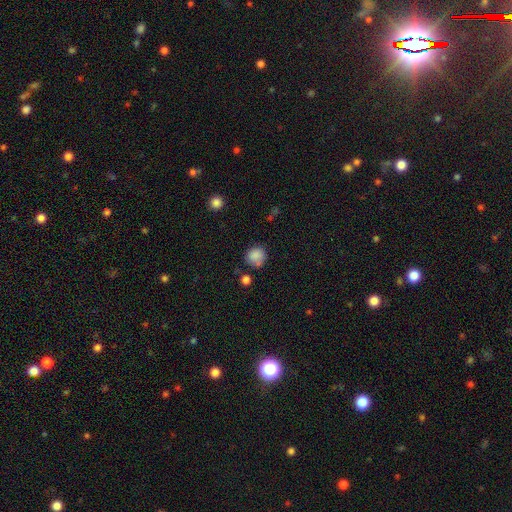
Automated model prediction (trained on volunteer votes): Overall: smooth (84%). How rounded: round (83%). Merging: none (66%).